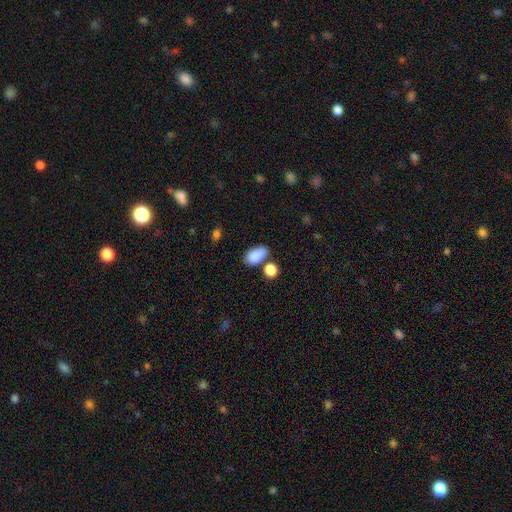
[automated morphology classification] Overall: smooth (87%). How rounded: in between (91%). Merging: none (61%).